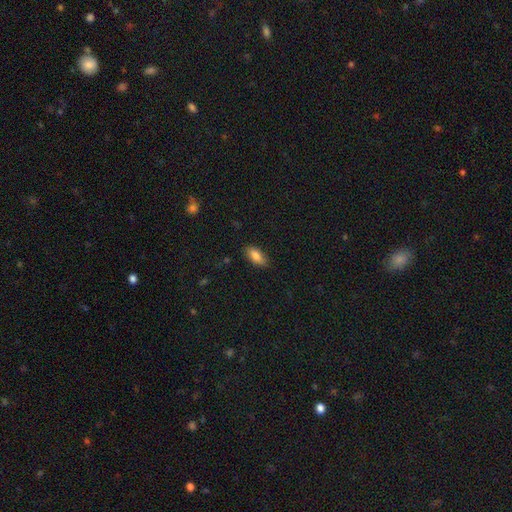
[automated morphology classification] A smooth galaxy with no disk features (83%) that is in between round and cigar-shaped (87%).

Vote fractions:
- Smooth or featured? smooth: 83% / featured or disk: 10% / star or artifact: 7%
- How rounded? in between: 87% / cigar-shaped: 11% / round: 3%
- Merging? none: 85% / minor disturbance: 12% / major disturbance: 2% / merger: 1%